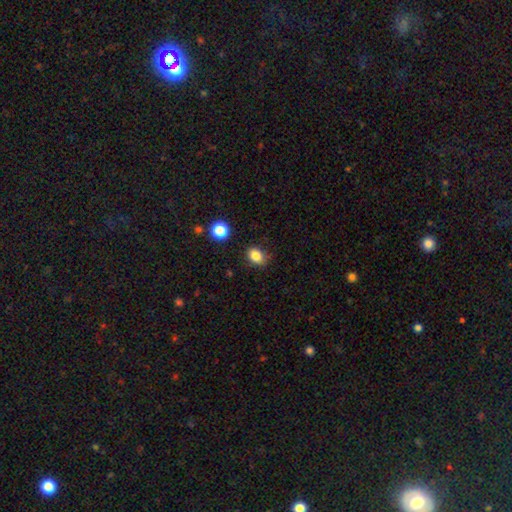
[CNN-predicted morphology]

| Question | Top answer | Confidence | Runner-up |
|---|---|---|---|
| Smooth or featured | smooth | 83% | star or artifact (11%) |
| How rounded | in between | 63% | round (36%) |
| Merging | none | 80% | minor disturbance (15%) |